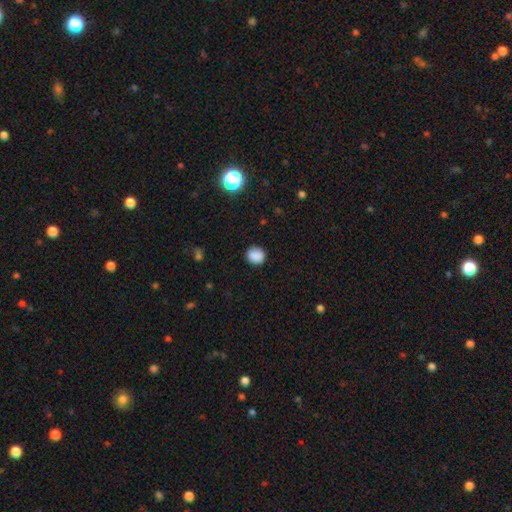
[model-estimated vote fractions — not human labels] This appears to be a smooth galaxy with no disk features (87%) that is round (80%). Merging: none (88%).